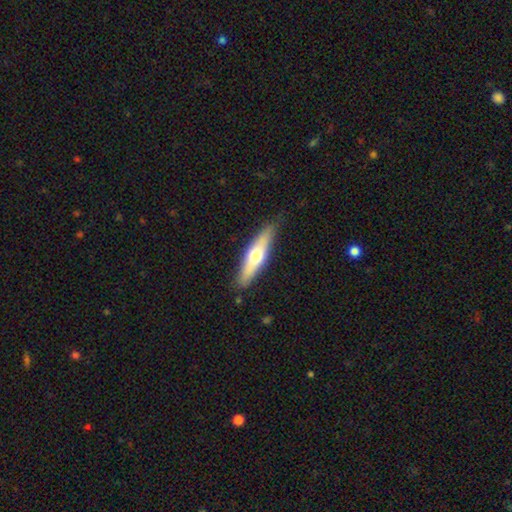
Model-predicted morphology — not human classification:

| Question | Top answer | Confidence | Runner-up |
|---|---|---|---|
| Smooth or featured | smooth | 51% | featured or disk (43%) |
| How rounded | cigar-shaped | 72% | in between (26%) |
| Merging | none | 84% | minor disturbance (12%) |